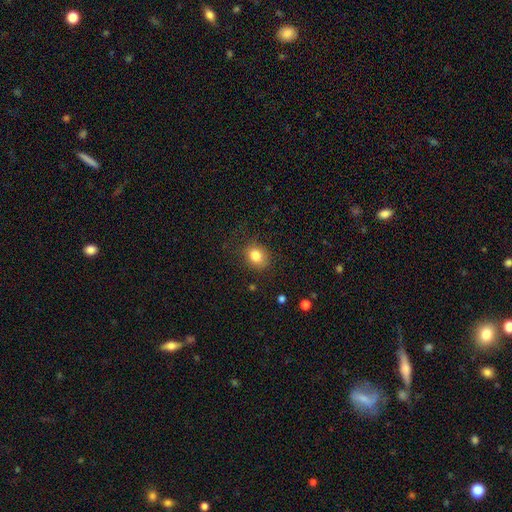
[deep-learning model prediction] This is clearly a smooth galaxy (83%). How rounded: possibly round (58%). Merging: likely none (75%).